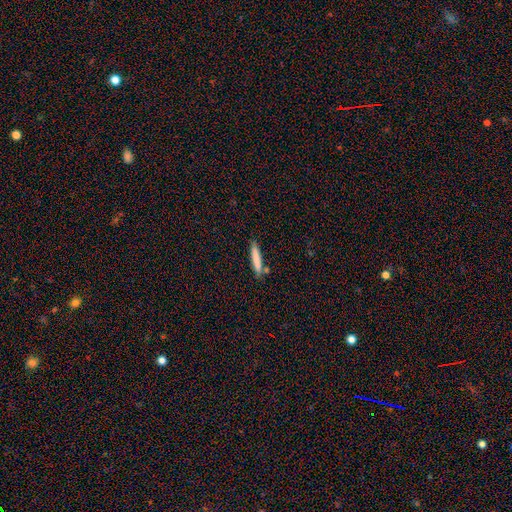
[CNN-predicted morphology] smooth_or_featured: smooth (p=0.77) [alt: featured or disk p=0.16]
how_rounded: cigar-shaped (p=0.94) [alt: in between p=0.05]
merging: none (p=0.84) [alt: minor disturbance p=0.09]